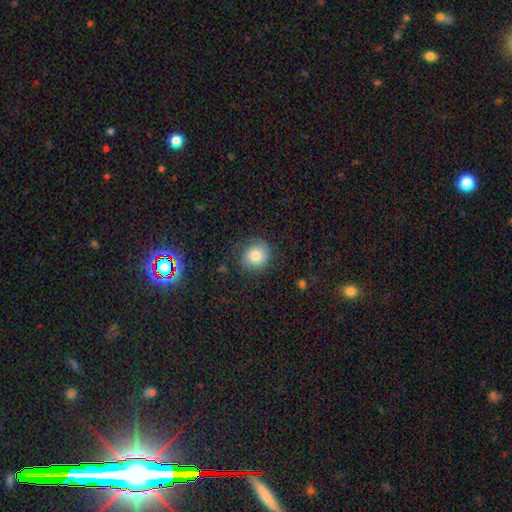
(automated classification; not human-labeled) Smooth or featured? Predicted: smooth (p=0.77). How rounded? Predicted: round (p=0.81). Merging? Predicted: none (p=0.71).